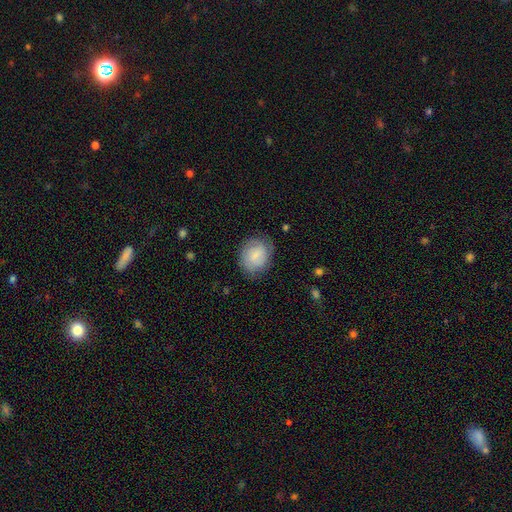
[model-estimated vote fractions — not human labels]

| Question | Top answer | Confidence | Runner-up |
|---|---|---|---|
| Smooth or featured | smooth | 56% | featured or disk (36%) |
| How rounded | round | 51% | in between (48%) |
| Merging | none | 75% | minor disturbance (18%) |